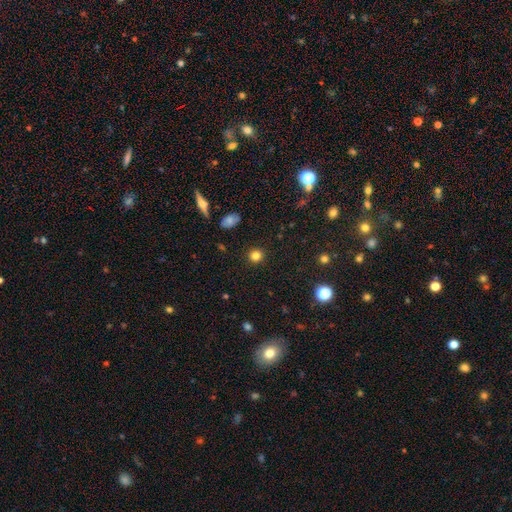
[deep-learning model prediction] Smooth or featured? Predicted: smooth (p=0.82). How rounded? Predicted: round (p=0.90). Merging? Predicted: none (p=0.91).